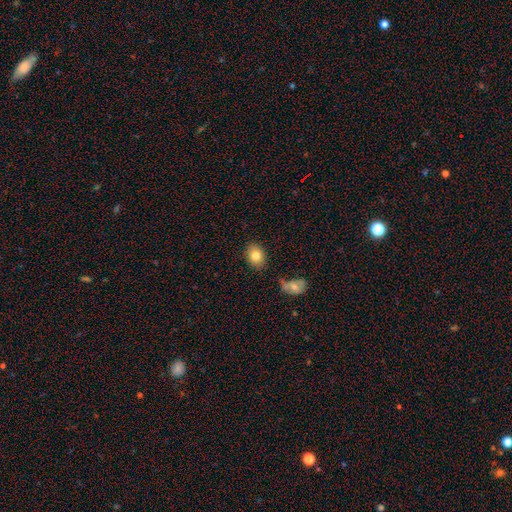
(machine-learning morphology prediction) smooth-or-featured: smooth: 81% | featured or disk: 10% | star or artifact: 9%
  how-rounded: in between: 67% | round: 32% | cigar-shaped: 1%
  merging: none: 80% | minor disturbance: 12% | merger: 5% | major disturbance: 3%